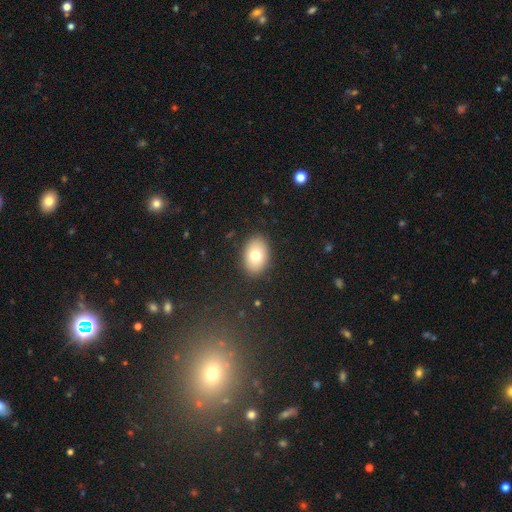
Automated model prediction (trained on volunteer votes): smooth_or_featured: smooth (p=0.75) [alt: featured or disk p=0.16]
how_rounded: in between (p=0.82) [alt: round p=0.17]
merging: none (p=0.88) [alt: minor disturbance p=0.08]